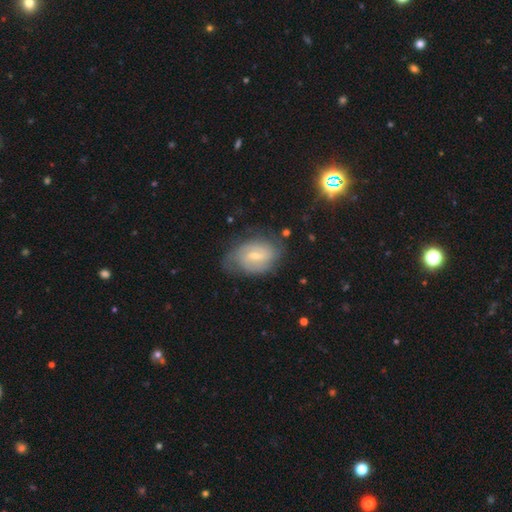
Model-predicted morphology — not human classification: This appears to be a featured or disk galaxy (77%) with a weak bar (61%), 2 (54%) tight (49%) spiral arms (92%) and a small central bulge (64%). Merging: none (68%).